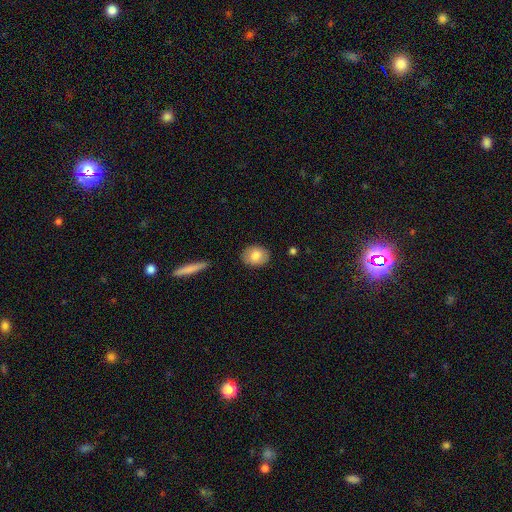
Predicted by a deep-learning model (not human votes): This appears to be a smooth galaxy with no disk features (78%) that is in between round and cigar-shaped (55%). Merging: none (87%).